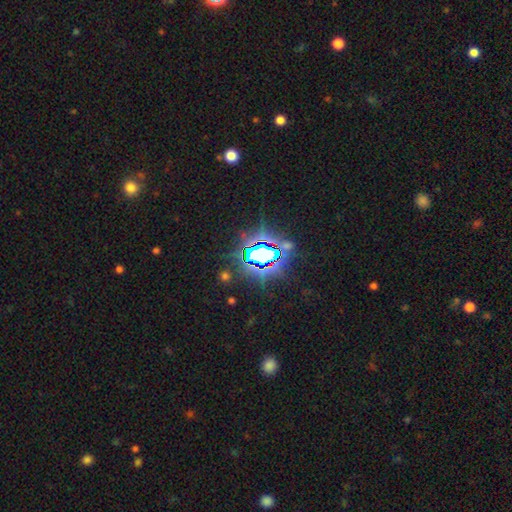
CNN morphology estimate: A star or artifact, not a galaxy (80%).

Vote fractions:
- Smooth or featured? star or artifact: 80% / featured or disk: 11% / smooth: 10%